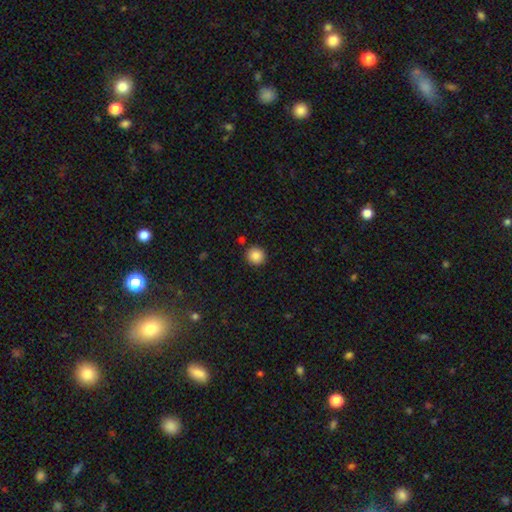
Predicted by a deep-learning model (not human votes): Smooth or featured? smooth (87%)
How rounded? round (94%)
Merging? none (91%)